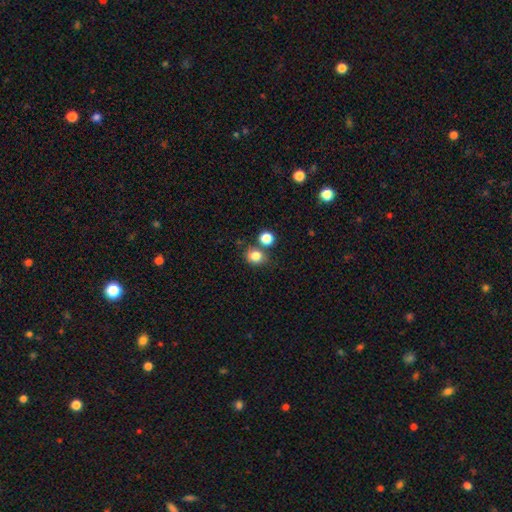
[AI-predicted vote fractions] Smooth or featured? smooth (81%)
How rounded? round (69%)
Merging? none (62%)